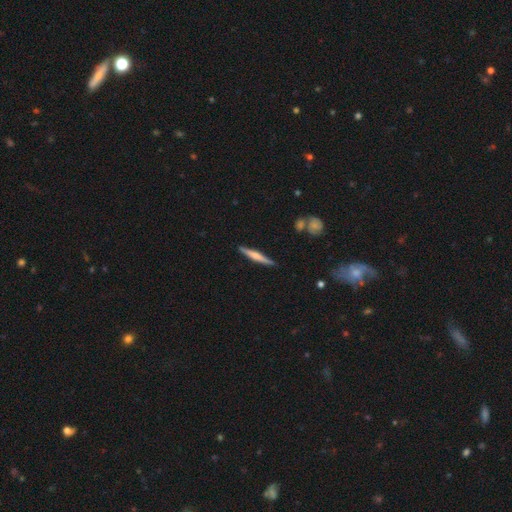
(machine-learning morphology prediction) smooth-or-featured: featured or disk: 55% | smooth: 39% | star or artifact: 5%
  disk-edge-on: yes: 97% | no: 3%
    edge-on-bulge: rounded: 63% | none: 20% | boxy: 17%
  merging: none: 90% | minor disturbance: 7% | merger: 2% | major disturbance: 2%